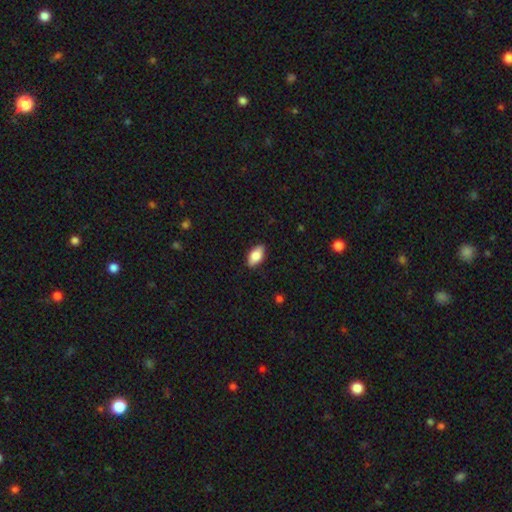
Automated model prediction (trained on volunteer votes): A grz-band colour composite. It shows a smooth galaxy with no disk features (80%) that is in between round and cigar-shaped (91%). Merging: none (87%).